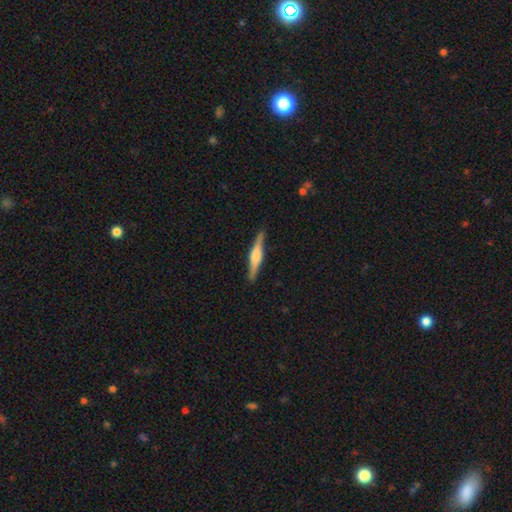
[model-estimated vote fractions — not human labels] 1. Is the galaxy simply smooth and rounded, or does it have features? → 69% featured or disk, 26% smooth, 5% star or artifact.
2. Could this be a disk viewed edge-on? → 98% yes, 2% no.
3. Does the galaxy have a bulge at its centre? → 68% rounded, 26% boxy, 6% none.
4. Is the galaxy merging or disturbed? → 90% none, 8% minor disturbance, 2% major disturbance, 1% merger.